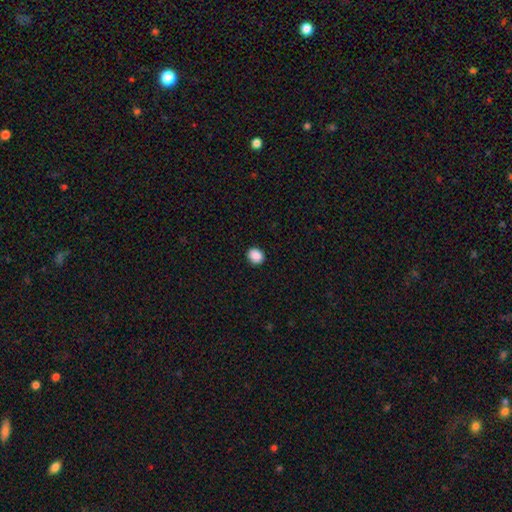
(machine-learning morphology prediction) smooth_or_featured: smooth (p=0.89) [alt: star or artifact p=0.09]
how_rounded: round (p=0.65) [alt: in between p=0.34]
merging: none (p=0.91) [alt: minor disturbance p=0.07]